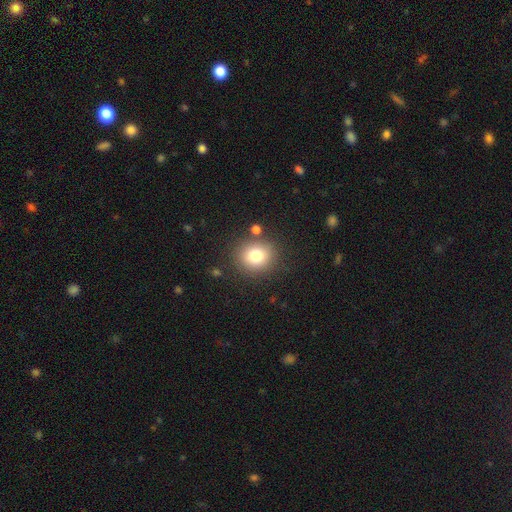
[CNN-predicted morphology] smooth 78%, star or artifact 12%, featured or disk 10%. Down the decision tree: how rounded — round (75%); merging — none (82%).